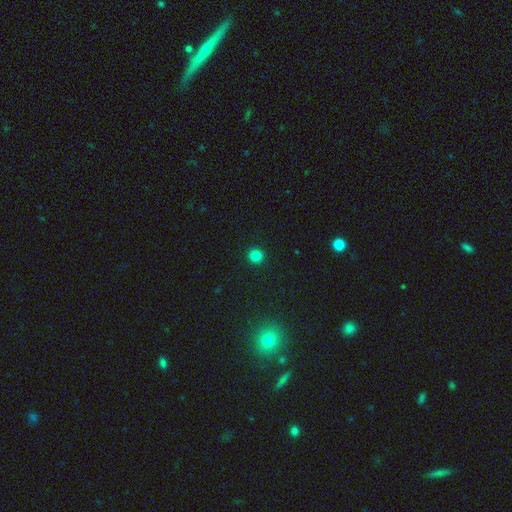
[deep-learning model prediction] This is clearly a smooth galaxy (82%). How rounded: clearly round (95%). Merging: clearly none (93%).